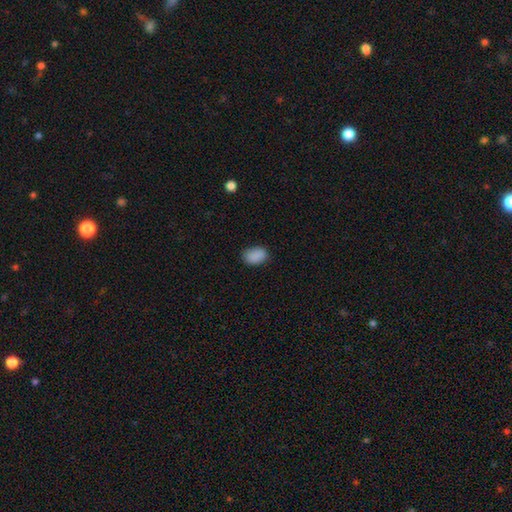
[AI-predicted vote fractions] Morphology: type=smooth (89%); roundness=in between (84%); merging=none (83%).